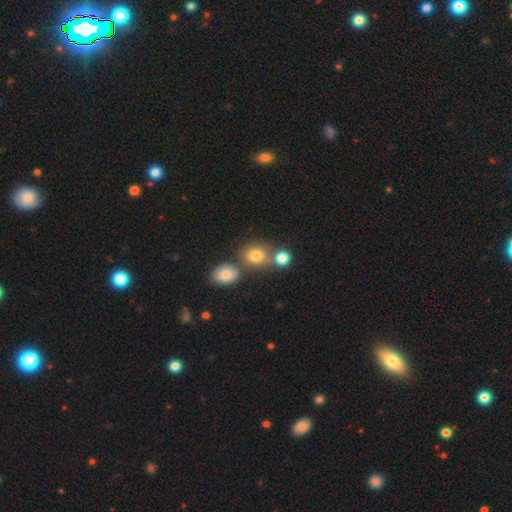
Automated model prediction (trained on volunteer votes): A smooth galaxy with no disk features (79%) that is round (63%).

Vote fractions:
- Smooth or featured? smooth: 79% / star or artifact: 12% / featured or disk: 9%
- How rounded? round: 63% / in between: 36% / cigar-shaped: 1%
- Merging? none: 55% / merger: 30% / minor disturbance: 11% / major disturbance: 4%